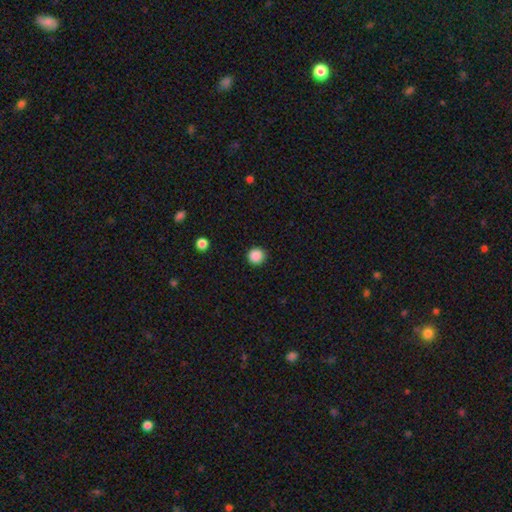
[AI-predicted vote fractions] smooth 88%, star or artifact 10%, featured or disk 2%. Down the decision tree: how rounded — round (95%); merging — none (92%).